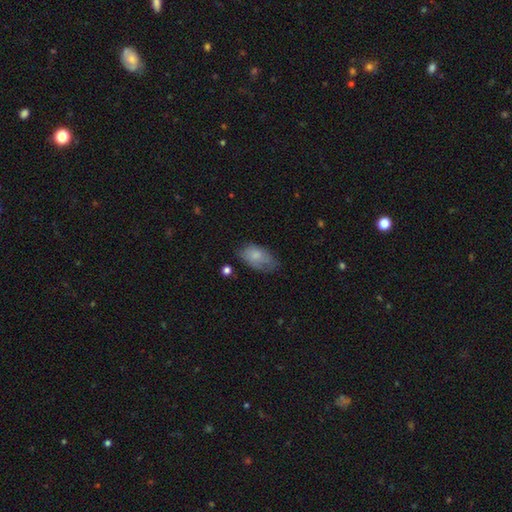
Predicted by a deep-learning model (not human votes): A smooth galaxy with no disk features (78%) that is in between round and cigar-shaped (93%). Merging: none (54%).